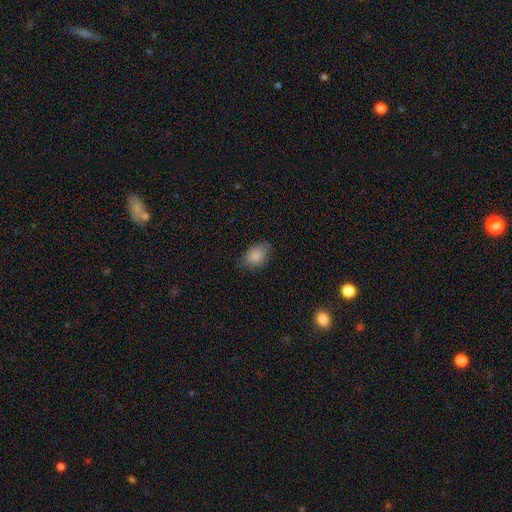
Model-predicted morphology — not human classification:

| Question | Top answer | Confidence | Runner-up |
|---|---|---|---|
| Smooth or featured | smooth | 85% | star or artifact (8%) |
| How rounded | in between | 78% | round (21%) |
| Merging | none | 70% | minor disturbance (24%) |